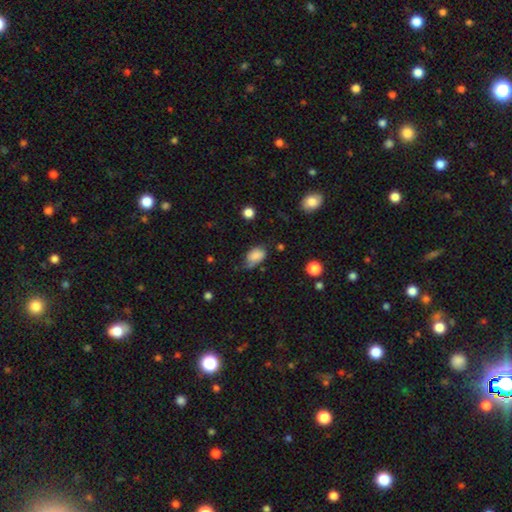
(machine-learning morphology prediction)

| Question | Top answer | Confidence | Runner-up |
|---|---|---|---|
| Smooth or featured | smooth | 79% | featured or disk (12%) |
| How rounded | in between | 85% | round (13%) |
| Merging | minor disturbance | 40% | none (39%) |